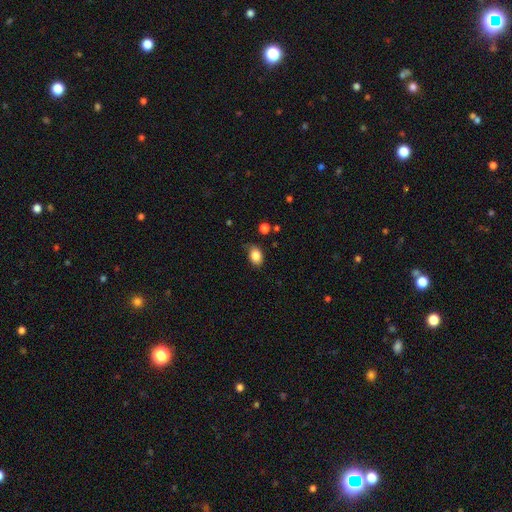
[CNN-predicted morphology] Smooth or featured: smooth — 85% (star or artifact — 9%)
How rounded: in between — 79% (round — 20%)
Merging: none — 77% (minor disturbance — 17%)